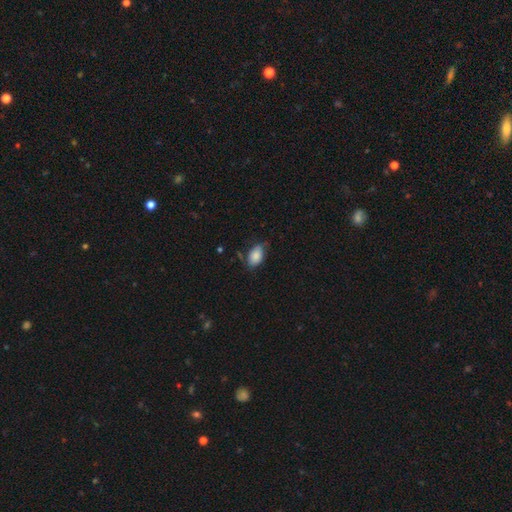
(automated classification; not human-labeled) Smooth or featured? smooth (83%)
How rounded? in between (91%)
Merging? none (61%)